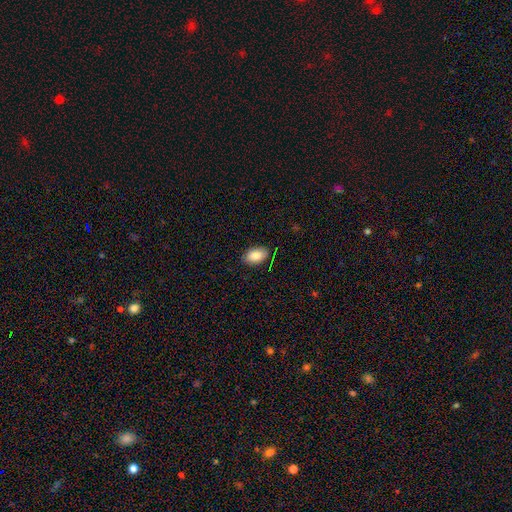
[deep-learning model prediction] smooth-or-featured: smooth: 87% | star or artifact: 7% | featured or disk: 6%
  how-rounded: in between: 93% | round: 5% | cigar-shaped: 1%
  merging: none: 84% | minor disturbance: 13% | major disturbance: 2% | merger: 1%